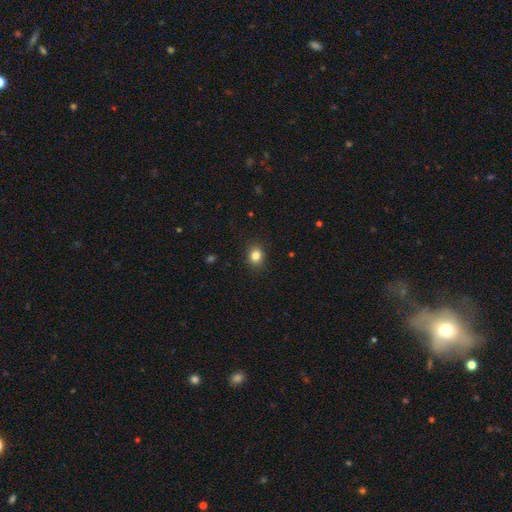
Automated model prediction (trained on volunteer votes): Smooth or featured? smooth (83%)
How rounded? round (61%)
Merging? none (89%)